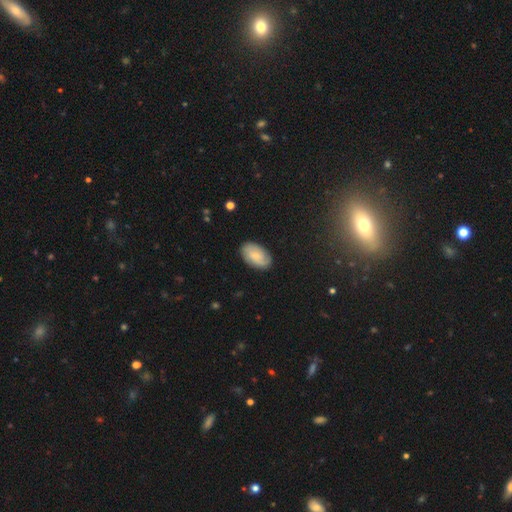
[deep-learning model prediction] smooth_or_featured: smooth (p=0.49) [alt: featured or disk p=0.44]
merging: none (p=0.84) [alt: minor disturbance p=0.12]